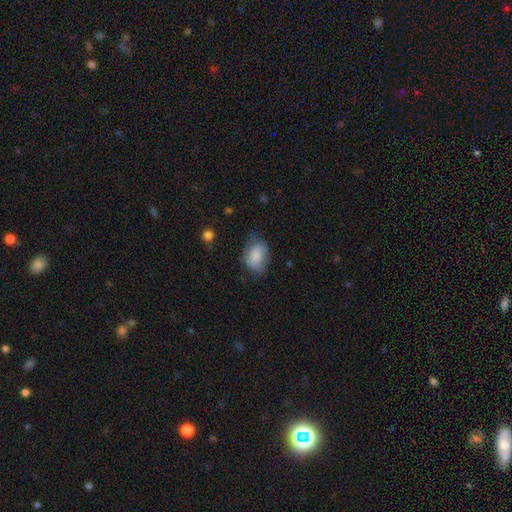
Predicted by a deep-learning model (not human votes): This appears to be a smooth galaxy with no disk features (73%) that is in between round and cigar-shaped (77%). Merging: none (55%).